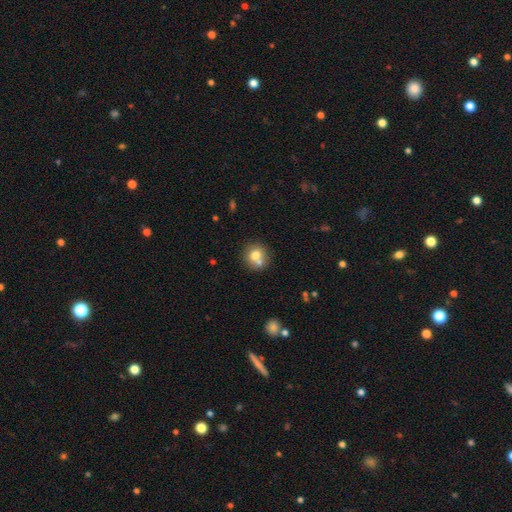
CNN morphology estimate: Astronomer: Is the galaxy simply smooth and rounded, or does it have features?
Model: smooth — 73%.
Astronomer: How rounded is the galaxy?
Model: round — 87%.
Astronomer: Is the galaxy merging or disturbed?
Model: none — 57%.